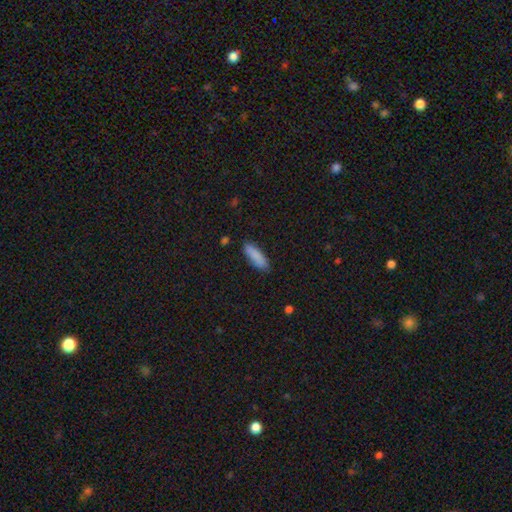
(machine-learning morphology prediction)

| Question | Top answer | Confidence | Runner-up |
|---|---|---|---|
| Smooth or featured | smooth | 87% | star or artifact (6%) |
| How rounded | cigar-shaped | 54% | in between (44%) |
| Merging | none | 83% | minor disturbance (13%) |